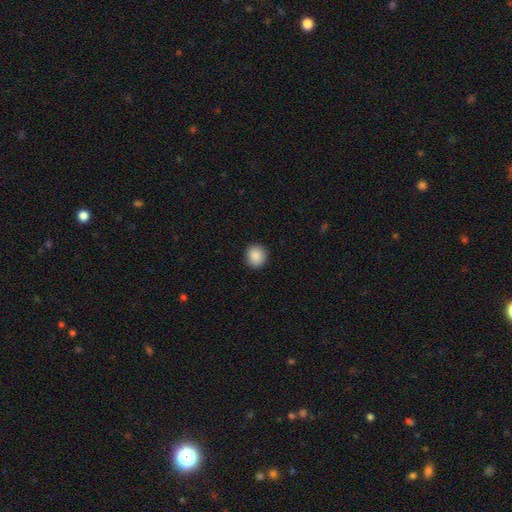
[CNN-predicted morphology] This is clearly a smooth galaxy (89%). How rounded: clearly round (85%). Merging: clearly none (91%).